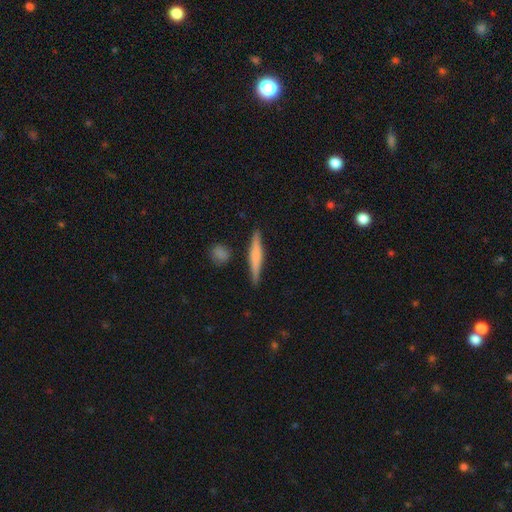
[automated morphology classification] smooth-or-featured: smooth: 52% | featured or disk: 42% | star or artifact: 6%
  how-rounded: cigar-shaped: 92% | in between: 6% | round: 2%
  merging: none: 86% | minor disturbance: 9% | merger: 3% | major disturbance: 2%